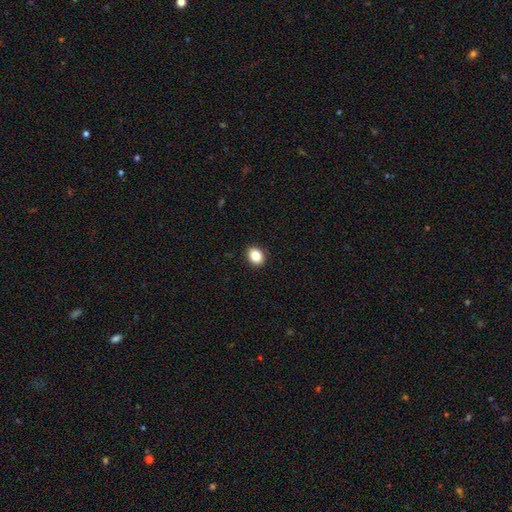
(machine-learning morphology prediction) The model was most divided on "how rounded": round: 51%, in between: 48%, cigar-shaped: 1%. More confident: merging — none (92%); smooth or featured — smooth (85%).